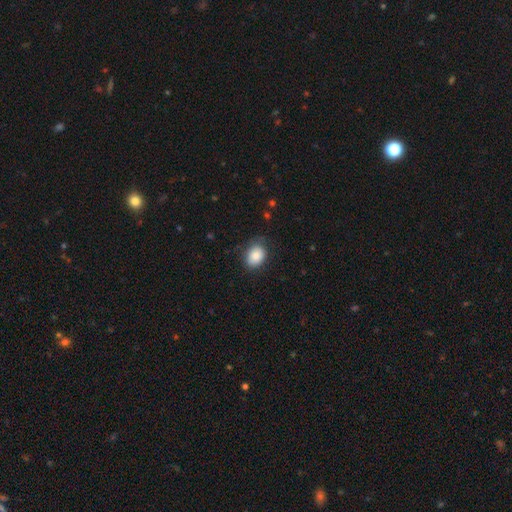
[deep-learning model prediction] smooth_or_featured: smooth (p=0.86) [alt: star or artifact p=0.08]
how_rounded: in between (p=0.65) [alt: round p=0.34]
merging: none (p=0.75) [alt: minor disturbance p=0.19]